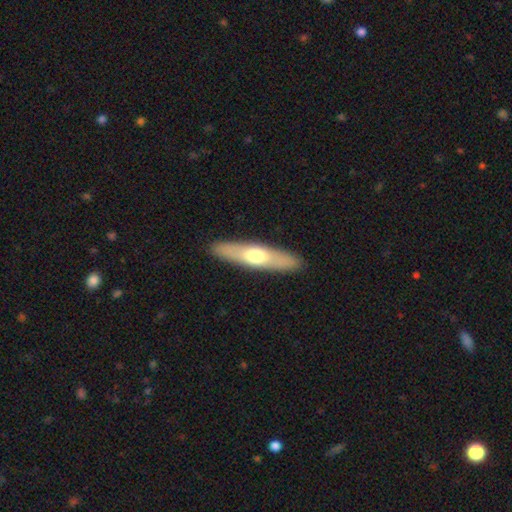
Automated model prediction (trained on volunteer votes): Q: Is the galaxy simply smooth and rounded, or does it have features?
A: smooth — 54%.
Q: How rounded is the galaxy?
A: cigar-shaped — 74%.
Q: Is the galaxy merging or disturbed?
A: none — 90%.